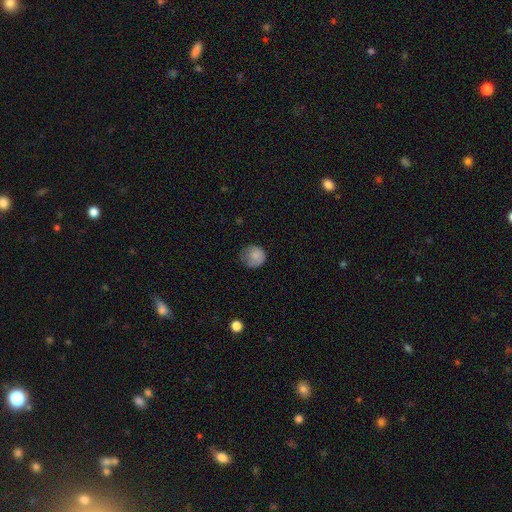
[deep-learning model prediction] Smooth or featured? smooth (82%)
How rounded? round (86%)
Merging? none (60%)